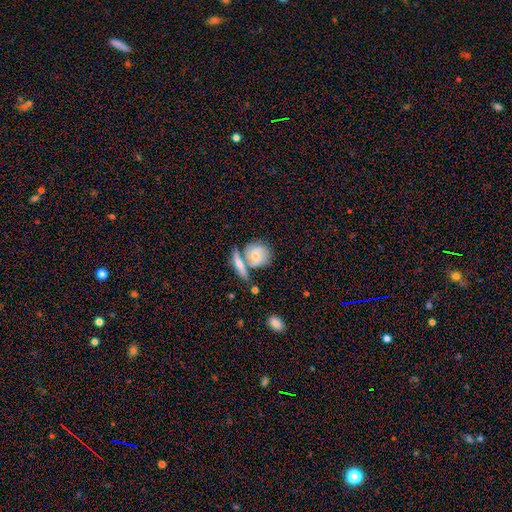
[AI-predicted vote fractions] Smooth or featured: smooth — 48% (featured or disk — 45%)
Merging: none — 41% (merger — 40%)